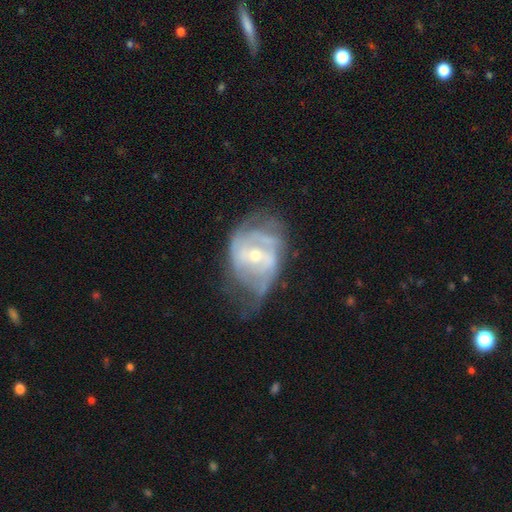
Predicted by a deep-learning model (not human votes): A featured or disk galaxy (79%) with a weak bar (43%), 2 (45%) medium (41%) spiral arms (76%) and a small central bulge (54%).

Vote fractions:
- Smooth or featured? featured or disk: 79% / smooth: 14% / star or artifact: 7%
- Edge-on disk? no: 96% / yes: 4%
- Bar? weak: 43% / no: 35% / strong: 23%
- Spiral arms? yes: 76% / no: 24%
- Spiral winding? medium: 41% / tight: 39% / loose: 21%
- Spiral arm count? 2: 45% / can't tell: 34% / 3: 10% / 1: 4% / 4: 4% / more than 4: 3%
- Bulge size? small: 54% / moderate: 42% / large: 2% / none: 1% / dominant: 1%
- Merging? none: 41% / major disturbance: 29% / minor disturbance: 28% / merger: 2%